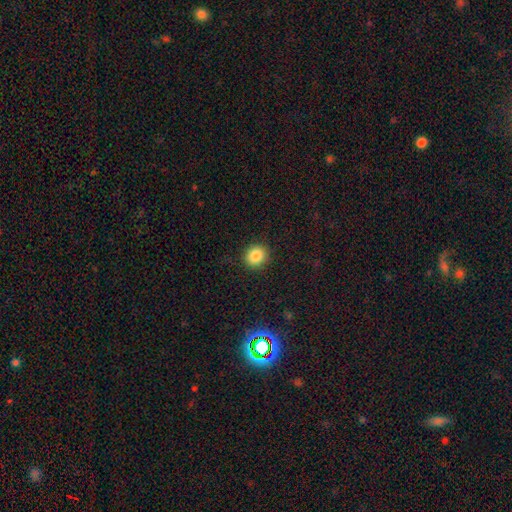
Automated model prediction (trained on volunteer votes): Overall: smooth (85%). How rounded: round (84%). Merging: none (90%).